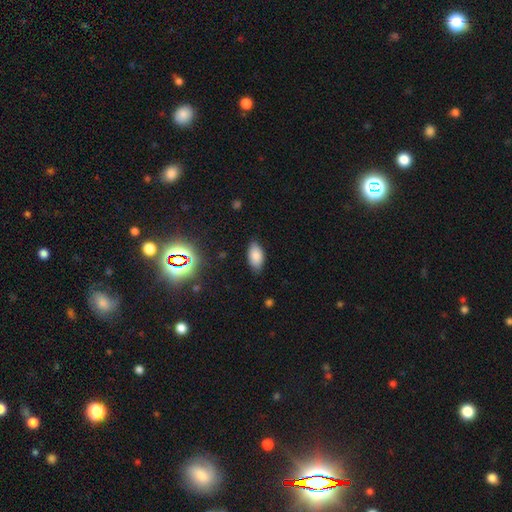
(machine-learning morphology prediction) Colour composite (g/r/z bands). It shows a smooth galaxy with no disk features (82%) that is in between round and cigar-shaped (94%). Merging: none (82%).